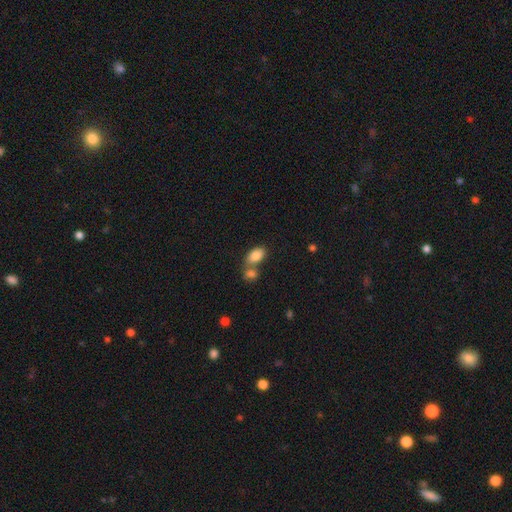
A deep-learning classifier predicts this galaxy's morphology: smooth_or_featured: smooth (p=0.85) [alt: star or artifact p=0.08]
how_rounded: in between (p=0.90) [alt: round p=0.08]
merging: merger (p=0.48) [alt: none p=0.39]